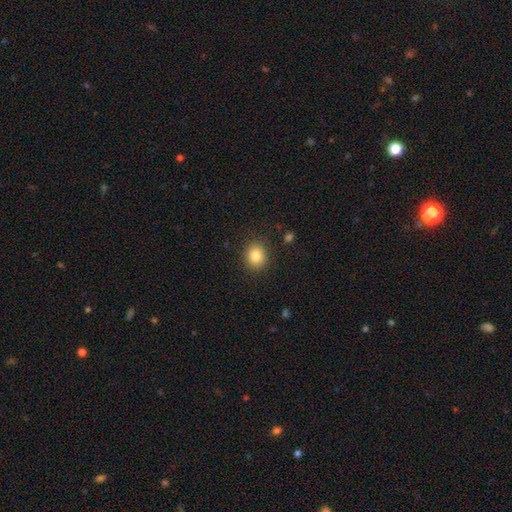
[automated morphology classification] Overall: smooth (83%). How rounded: round (74%). Merging: none (88%).